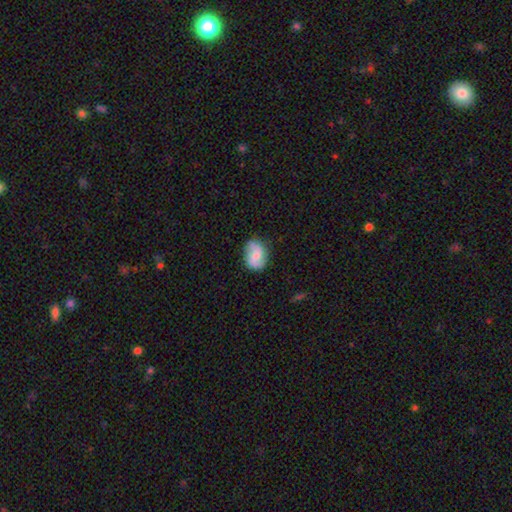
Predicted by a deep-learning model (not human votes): Smooth or featured? Predicted: featured or disk (p=0.55). Edge-on disk? Predicted: no (p=0.97). Bar? Predicted: weak (p=0.46). Spiral arms? Predicted: yes (p=0.90). Bulge size? Predicted: small (p=0.42). Merging? Predicted: none (p=0.76).